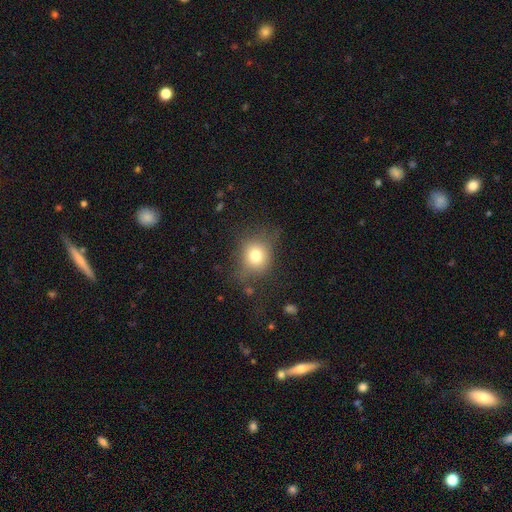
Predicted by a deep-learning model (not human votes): A smooth galaxy with no disk features (75%) that is round (73%). Merging: none (67%).